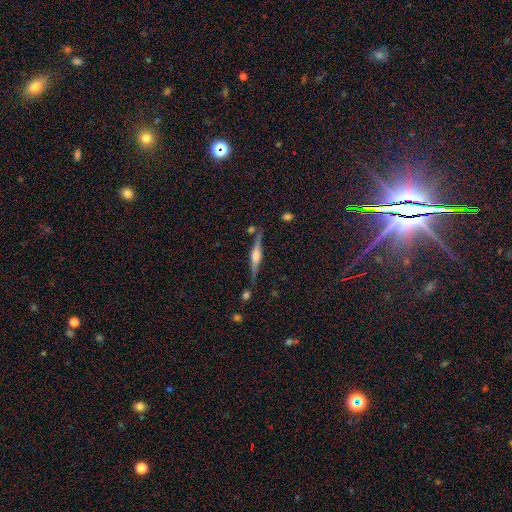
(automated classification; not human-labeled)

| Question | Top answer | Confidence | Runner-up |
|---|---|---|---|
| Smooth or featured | featured or disk | 80% | smooth (12%) |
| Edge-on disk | yes | 98% | no (2%) |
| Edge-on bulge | rounded | 84% | boxy (13%) |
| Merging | none | 85% | minor disturbance (9%) |